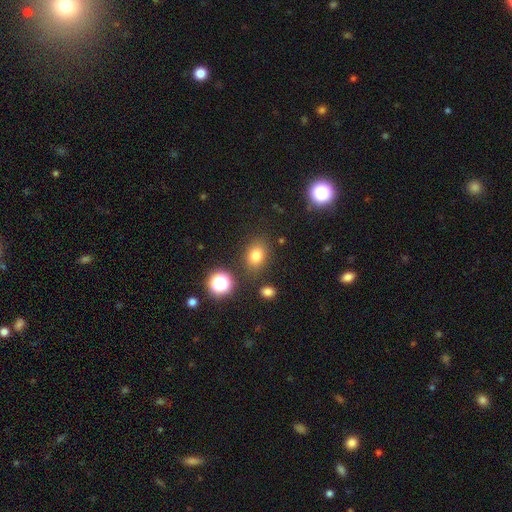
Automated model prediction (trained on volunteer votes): Smooth or featured: smooth — 77% (star or artifact — 16%)
How rounded: in between — 56% (round — 43%)
Merging: none — 80% (minor disturbance — 11%)